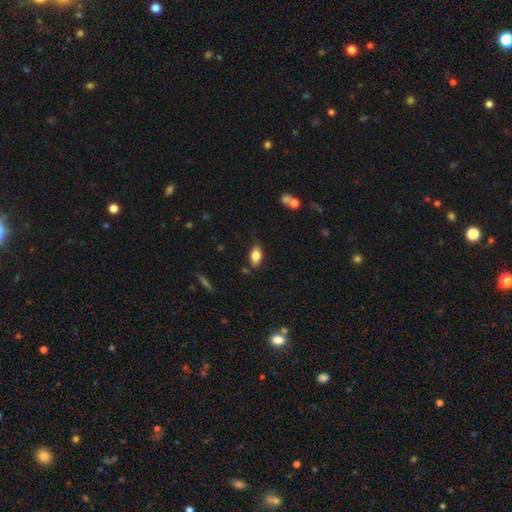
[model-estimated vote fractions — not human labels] smooth_or_featured: smooth (p=0.80) [alt: featured or disk p=0.12]
how_rounded: in between (p=0.90) [alt: round p=0.06]
merging: none (p=0.76) [alt: minor disturbance p=0.18]